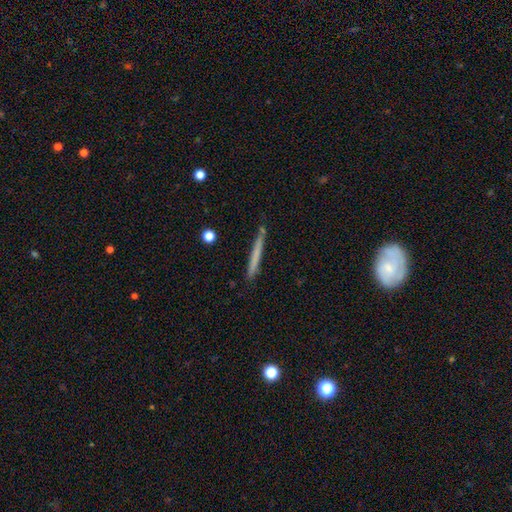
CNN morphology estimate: This appears to be a smooth galaxy with no disk features (63%) that is cigar-shaped (97%). Merging: none (84%).